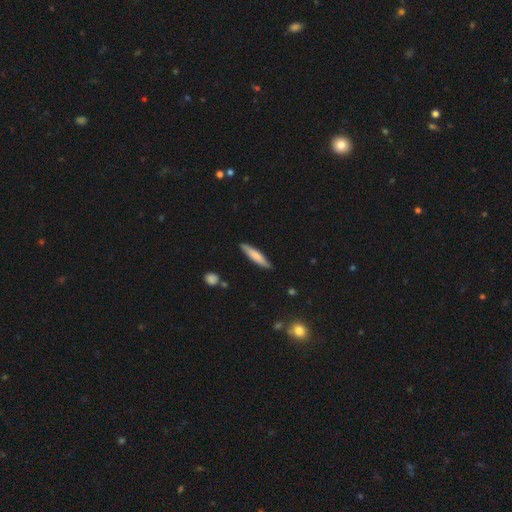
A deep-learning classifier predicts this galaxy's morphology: Smooth or featured? Predicted: smooth (p=0.70). How rounded? Predicted: cigar-shaped (p=0.87). Merging? Predicted: none (p=0.86).